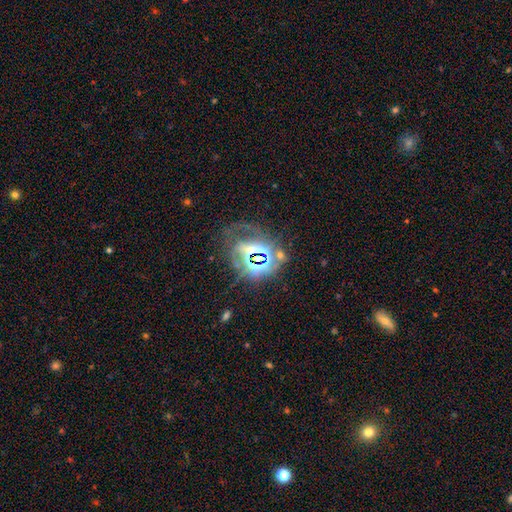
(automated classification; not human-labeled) Smooth or featured? Predicted: star or artifact (p=0.59).